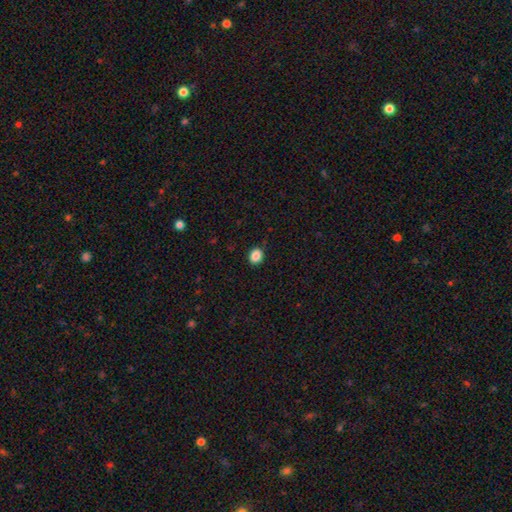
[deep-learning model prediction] Smooth or featured? smooth (87%)
How rounded? round (62%)
Merging? none (87%)